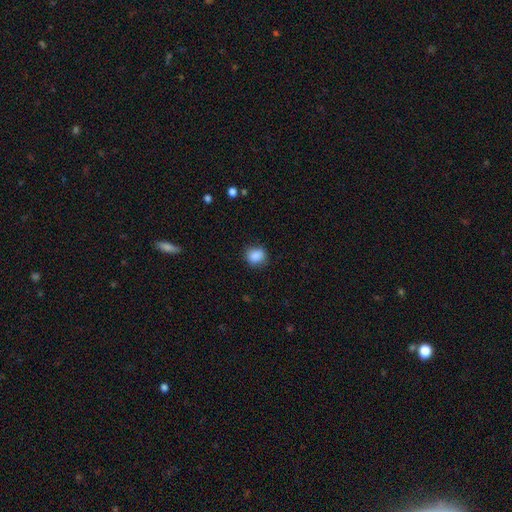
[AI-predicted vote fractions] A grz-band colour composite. It shows a smooth galaxy with no disk features (88%) that is round (70%). Merging: none (83%).